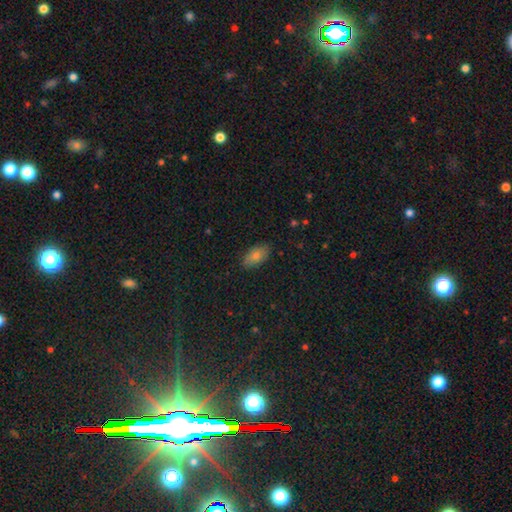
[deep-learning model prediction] Q: Smooth or featured?
A: smooth (73%); runner-up: star or artifact (15%)
Q: How rounded?
A: in between (90%); runner-up: round (5%)
Q: Merging?
A: none (86%); runner-up: minor disturbance (10%)